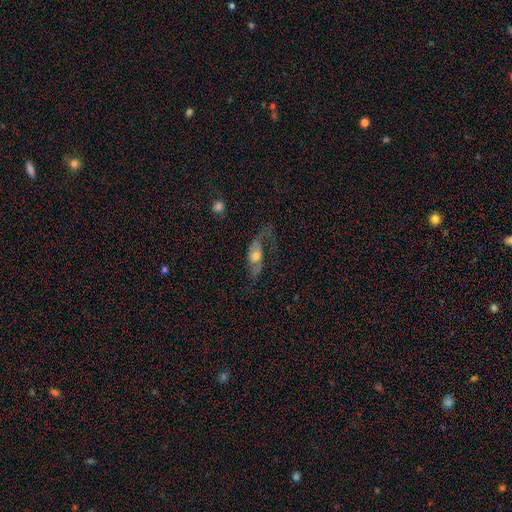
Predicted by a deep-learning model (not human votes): Smooth or featured? Predicted: featured or disk (p=0.62). Edge-on disk? Predicted: no (p=0.78). Merging? Predicted: none (p=0.46).